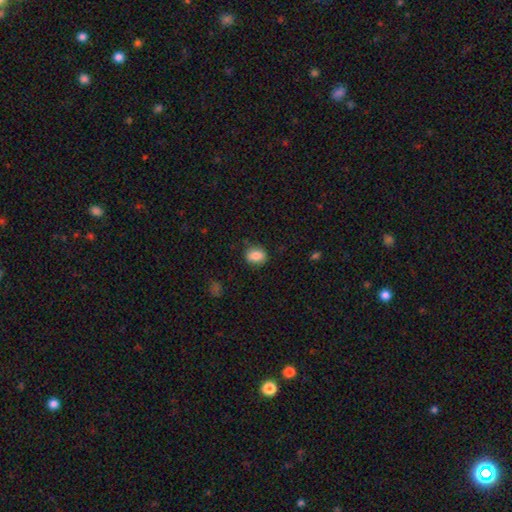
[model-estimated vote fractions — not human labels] smooth 84%, star or artifact 8%, featured or disk 7%. Down the decision tree: how rounded — in between (62%); merging — none (82%).